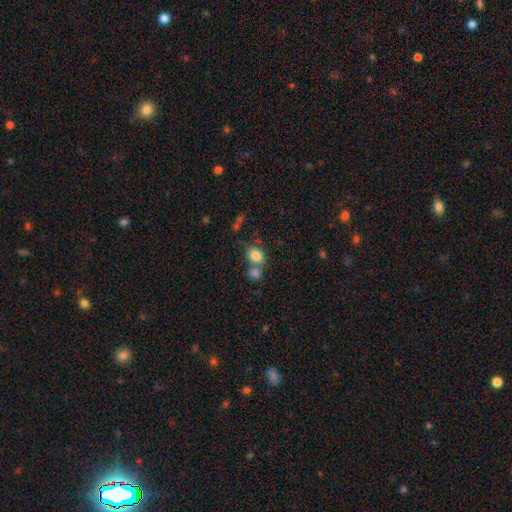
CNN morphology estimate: Q: Smooth or featured?
A: smooth (81%); runner-up: star or artifact (10%)
Q: How rounded?
A: in between (49%); tied with: round (49%)
Q: Merging?
A: none (45%); runner-up: merger (37%)